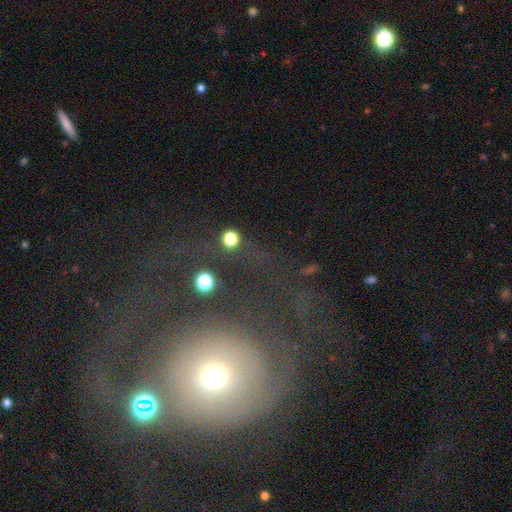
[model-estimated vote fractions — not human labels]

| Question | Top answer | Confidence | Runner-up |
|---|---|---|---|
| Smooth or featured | featured or disk | 47% | smooth (39%) |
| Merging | none | 40% | major disturbance (39%) |